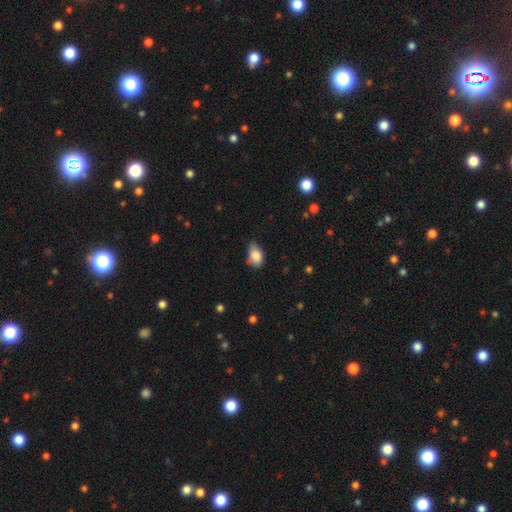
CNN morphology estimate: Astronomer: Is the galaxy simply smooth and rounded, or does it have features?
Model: smooth — 83%.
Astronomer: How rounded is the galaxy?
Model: in between — 84%.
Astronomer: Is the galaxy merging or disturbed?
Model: minor disturbance — 45% (runner-up: none, 41%).